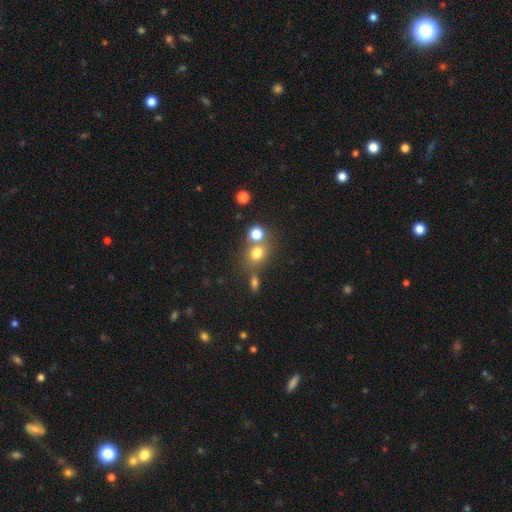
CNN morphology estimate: Q: Smooth or featured?
A: smooth (69%); runner-up: star or artifact (21%)
Q: How rounded?
A: round (72%); runner-up: in between (27%)
Q: Merging?
A: none (57%); runner-up: merger (29%)